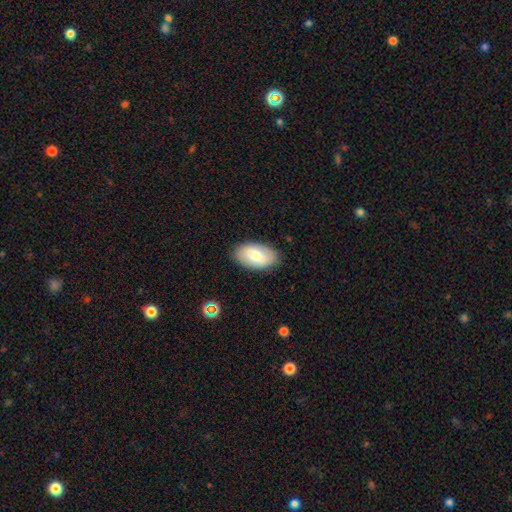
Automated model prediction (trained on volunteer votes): Morphology: type=smooth (65%); roundness=in between (94%); merging=none (84%).